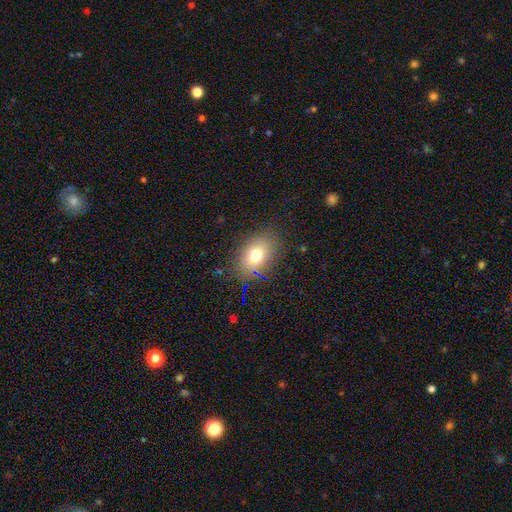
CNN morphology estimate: Q: Smooth or featured?
A: smooth (73%); runner-up: featured or disk (14%)
Q: How rounded?
A: in between (79%); runner-up: round (19%)
Q: Merging?
A: none (83%); runner-up: minor disturbance (11%)